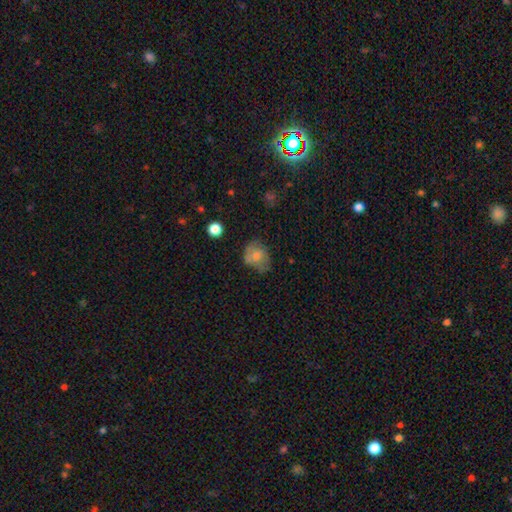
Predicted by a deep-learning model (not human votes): smooth-or-featured: smooth: 65% | featured or disk: 26% | star or artifact: 9%
  how-rounded: round: 50% | in between: 49% | cigar-shaped: 1%
  merging: none: 48% | minor disturbance: 32% | major disturbance: 16% | merger: 3%